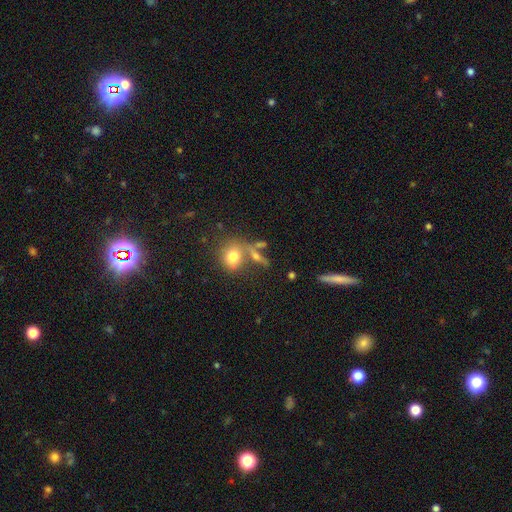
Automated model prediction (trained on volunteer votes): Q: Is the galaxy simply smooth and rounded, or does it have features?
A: smooth — 54%.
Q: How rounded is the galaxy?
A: round — 37%.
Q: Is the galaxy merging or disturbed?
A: none — 56%.